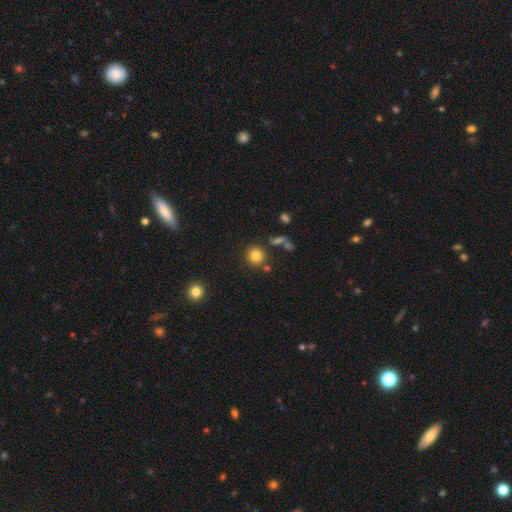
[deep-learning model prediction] The model was most divided on "smooth or featured": smooth: 80%, star or artifact: 12%, featured or disk: 8%. More confident: how rounded — round (92%); merging — none (81%).